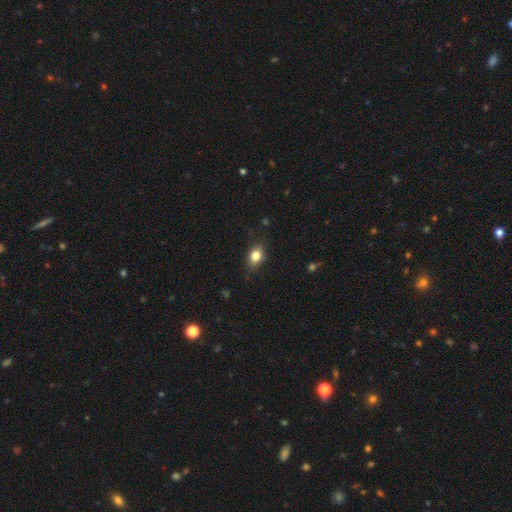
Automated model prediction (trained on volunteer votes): Overall: smooth (82%). How rounded: in between (71%). Merging: none (82%).